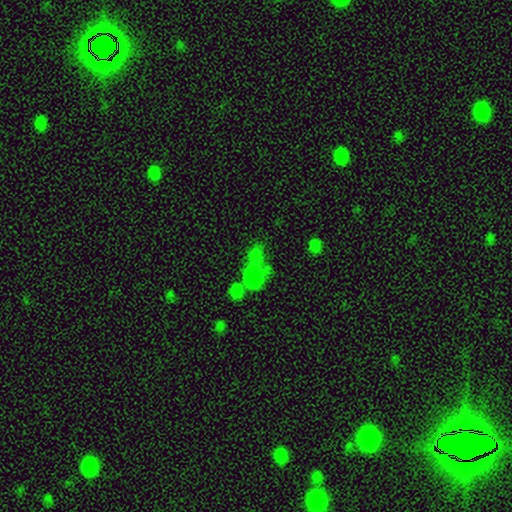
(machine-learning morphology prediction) A smooth galaxy with no disk features (70%) that is round (58%). Merging: merger (42%).